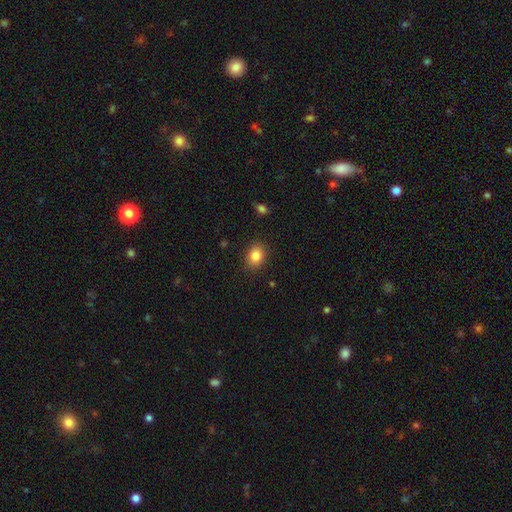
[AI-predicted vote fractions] Smooth or featured: smooth — 85% (star or artifact — 9%)
How rounded: in between — 53% (round — 46%)
Merging: none — 87% (minor disturbance — 9%)